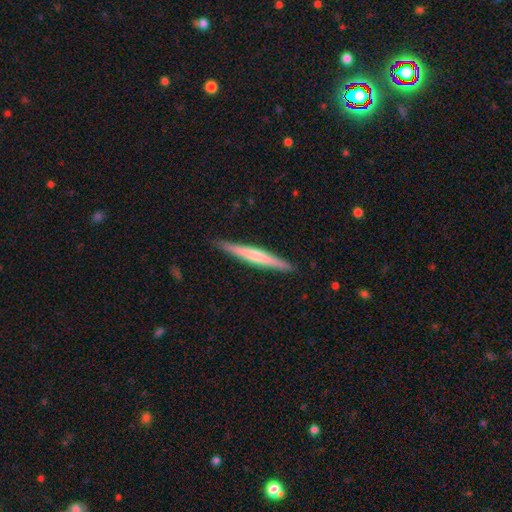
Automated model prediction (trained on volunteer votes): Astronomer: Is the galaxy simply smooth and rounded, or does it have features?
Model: featured or disk — 48% (runner-up: smooth, 47%).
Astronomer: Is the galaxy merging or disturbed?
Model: none — 90%.